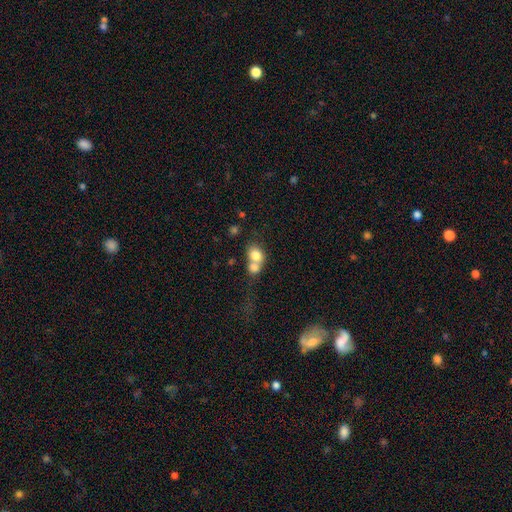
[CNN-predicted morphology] Q: Smooth or featured?
A: smooth (77%); runner-up: featured or disk (14%)
Q: How rounded?
A: round (58%); runner-up: in between (40%)
Q: Merging?
A: merger (67%); runner-up: none (23%)